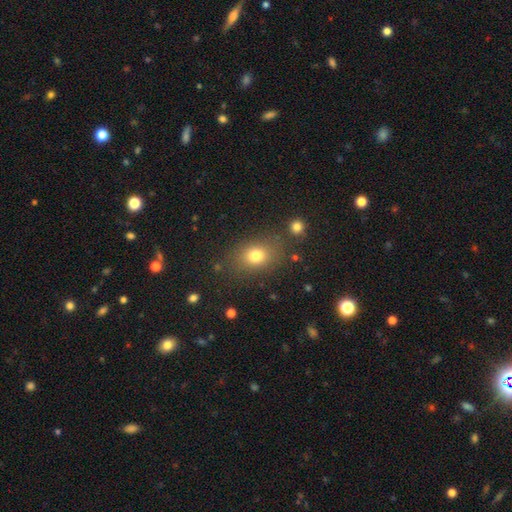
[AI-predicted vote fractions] smooth 77%, star or artifact 14%, featured or disk 10%. Down the decision tree: how rounded — in between (60%); merging — none (79%).